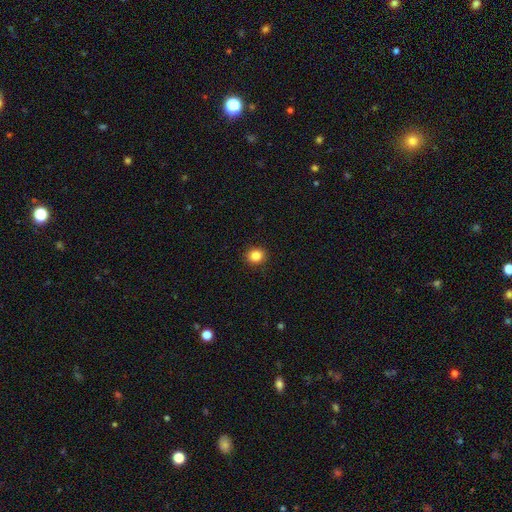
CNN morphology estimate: A smooth galaxy with no disk features (86%) that is round (82%).

Vote fractions:
- Smooth or featured? smooth: 86% / star or artifact: 10% / featured or disk: 4%
- How rounded? round: 82% / in between: 17% / cigar-shaped: 1%
- Merging? none: 92% / minor disturbance: 6% / major disturbance: 2% / merger: 1%